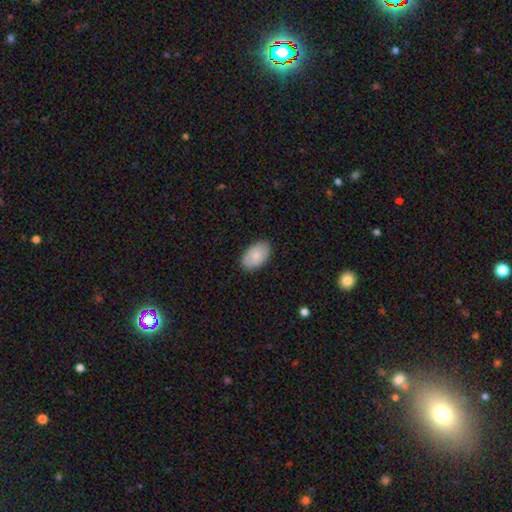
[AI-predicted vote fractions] smooth_or_featured: smooth (p=0.81) [alt: featured or disk p=0.13]
how_rounded: in between (p=0.93) [alt: round p=0.06]
merging: none (p=0.87) [alt: minor disturbance p=0.10]